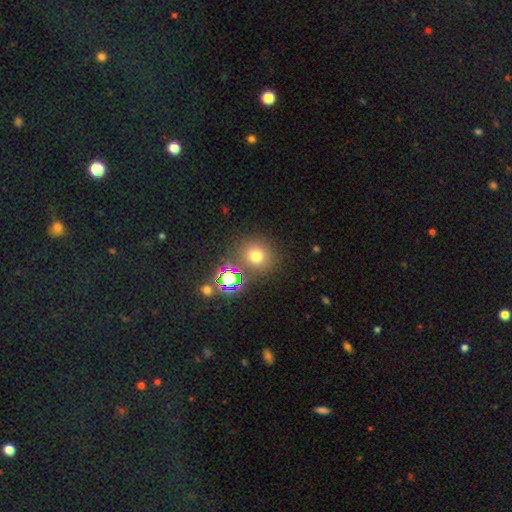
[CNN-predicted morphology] Smooth or featured? Predicted: smooth (p=0.67). How rounded? Predicted: round (p=0.85). Merging? Predicted: none (p=0.79).